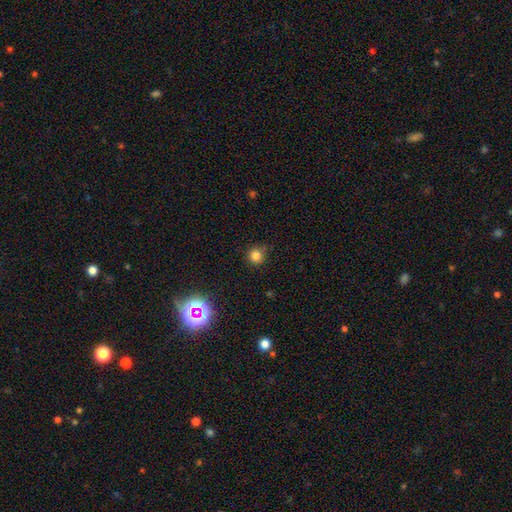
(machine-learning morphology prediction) Smooth or featured?
  - smooth: 81% *
  - star or artifact: 14%
  - featured or disk: 5%
How rounded?
  - round: 93% *
  - in between: 6%
  - cigar-shaped: 1%
Merging?
  - none: 83% *
  - minor disturbance: 12%
  - major disturbance: 3%
  - merger: 2%